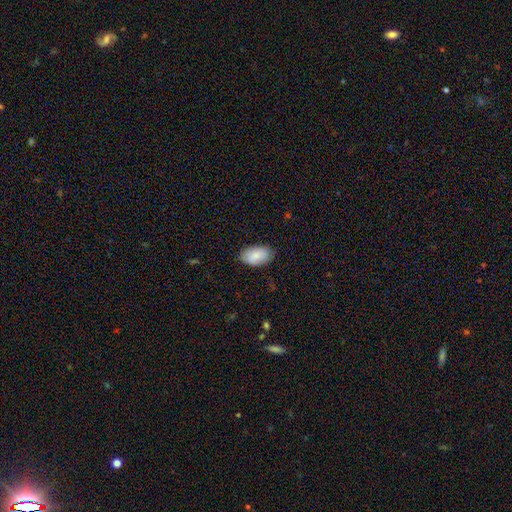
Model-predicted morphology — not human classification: Smooth or featured? Predicted: smooth (p=0.85). How rounded? Predicted: in between (p=0.94). Merging? Predicted: none (p=0.81).